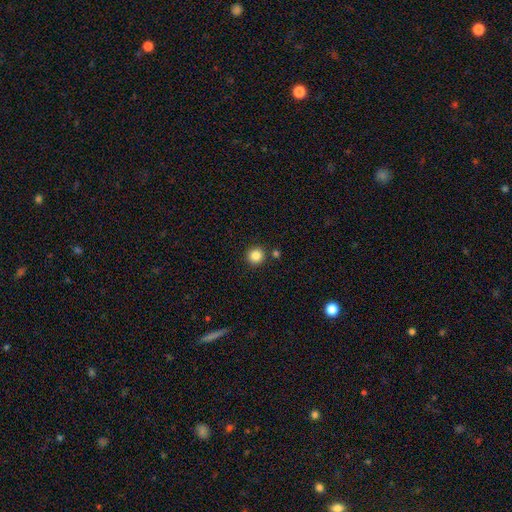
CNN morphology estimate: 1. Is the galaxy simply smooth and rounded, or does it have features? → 85% smooth, 11% star or artifact, 4% featured or disk.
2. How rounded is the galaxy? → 94% round, 5% in between, 1% cigar-shaped.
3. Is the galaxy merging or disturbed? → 87% none, 6% minor disturbance, 5% merger, 2% major disturbance.